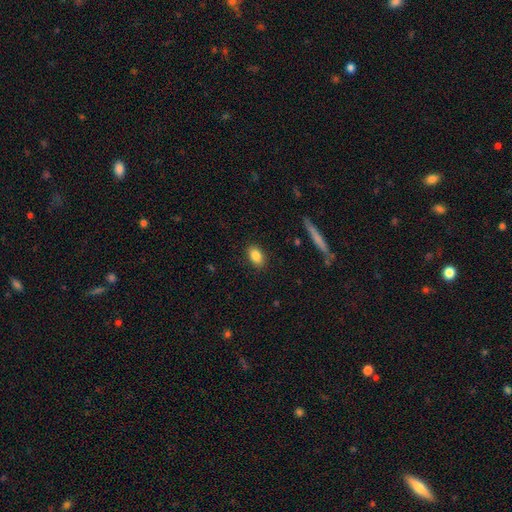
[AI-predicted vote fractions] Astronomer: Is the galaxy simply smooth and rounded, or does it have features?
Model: smooth — 85%.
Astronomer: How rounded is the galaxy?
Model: in between — 85%.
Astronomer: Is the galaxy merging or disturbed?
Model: none — 87%.